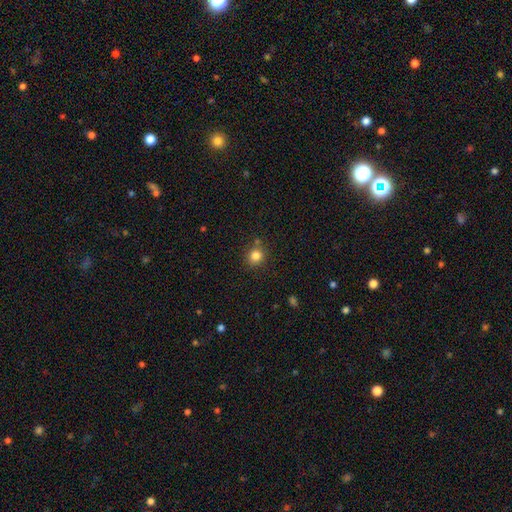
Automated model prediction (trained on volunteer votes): A smooth galaxy with no disk features (82%) that is round (84%). Merging: none (78%).